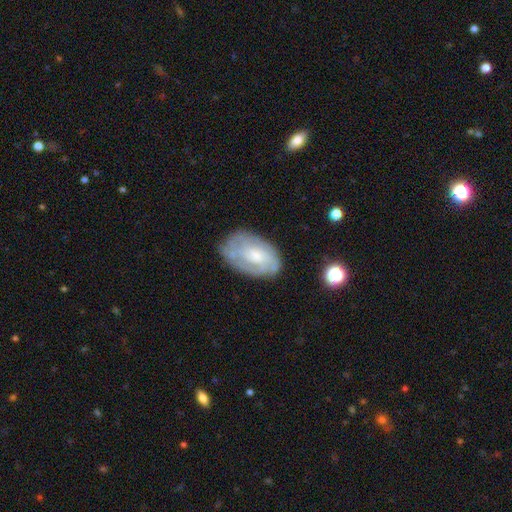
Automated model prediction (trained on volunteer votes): This is likely a featured or disk galaxy (61%). It is clearly not viewed edge-on (95%). Bar: likely no (70%). Spiral arm pattern: likely yes (69%). Central bulge: marginally small (42%). Merging: likely none (67%).